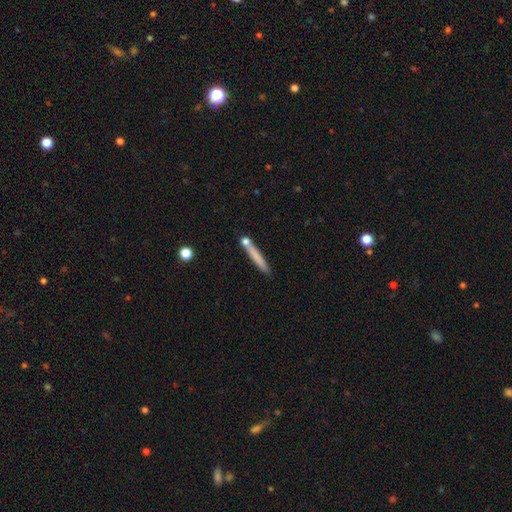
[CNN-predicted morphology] A smooth galaxy with no disk features (70%) that is cigar-shaped (94%).

Vote fractions:
- Smooth or featured? smooth: 70% / featured or disk: 24% / star or artifact: 7%
- How rounded? cigar-shaped: 94% / in between: 4% / round: 2%
- Merging? none: 70% / merger: 14% / minor disturbance: 13% / major disturbance: 4%